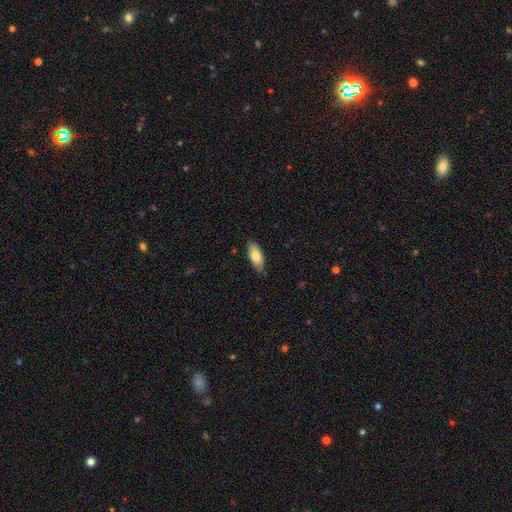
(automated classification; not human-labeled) Smooth or featured? Predicted: smooth (p=0.78). How rounded? Predicted: in between (p=0.85). Merging? Predicted: none (p=0.80).